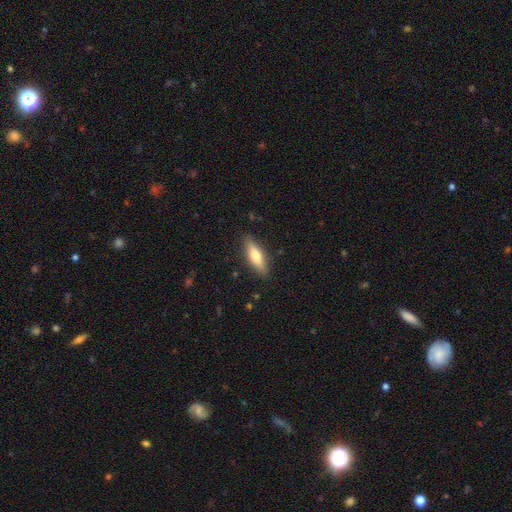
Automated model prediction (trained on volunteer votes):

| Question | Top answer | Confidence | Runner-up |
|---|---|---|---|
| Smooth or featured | smooth | 60% | featured or disk (34%) |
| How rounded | cigar-shaped | 53% | in between (45%) |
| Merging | none | 86% | minor disturbance (10%) |